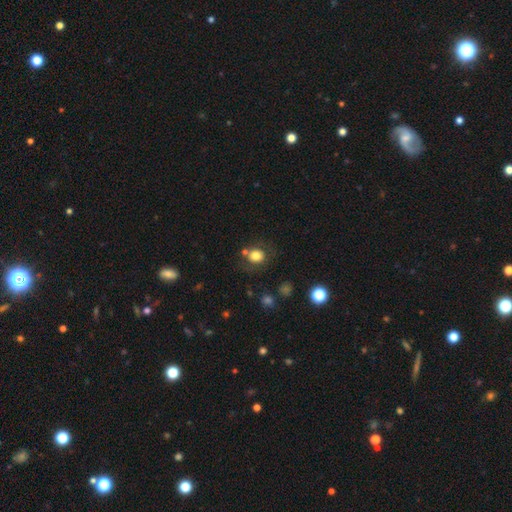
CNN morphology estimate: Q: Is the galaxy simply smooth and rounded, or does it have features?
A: smooth — 78%.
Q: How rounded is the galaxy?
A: round — 76%.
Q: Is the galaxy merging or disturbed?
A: none — 70%.